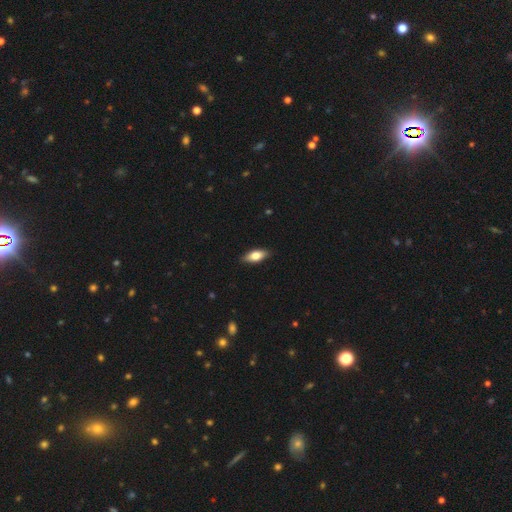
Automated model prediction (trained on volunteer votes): Morphology: type=smooth (72%); roundness=in between (79%); merging=none (88%).